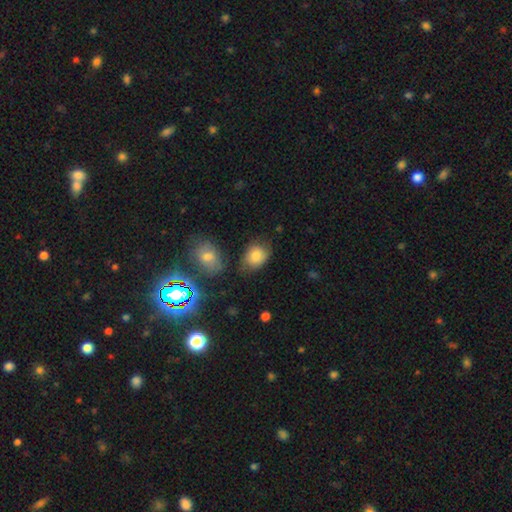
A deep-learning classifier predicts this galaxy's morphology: A smooth galaxy with no disk features (80%) that is in between round and cigar-shaped (58%). Merging: none (63%).